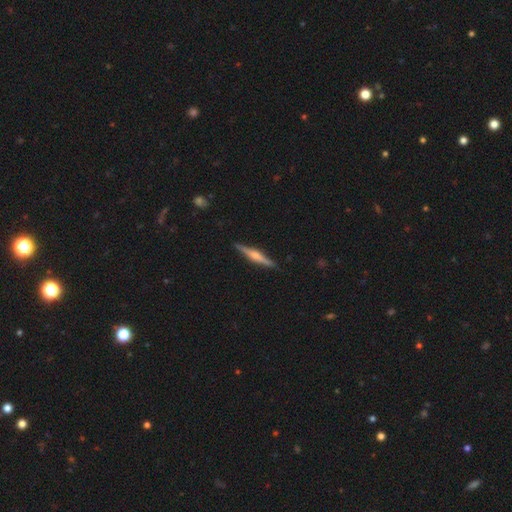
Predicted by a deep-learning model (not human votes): Morphology: type=featured or disk (71%); edge-on=yes (98%); edge-on bulge=rounded (74%); merging=none (90%).